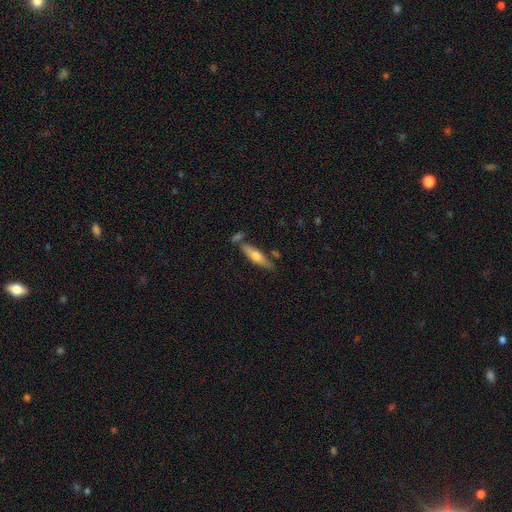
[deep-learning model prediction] Smooth or featured: smooth — 54% (featured or disk — 40%)
How rounded: cigar-shaped — 69% (in between — 29%)
Merging: none — 70% (minor disturbance — 15%)